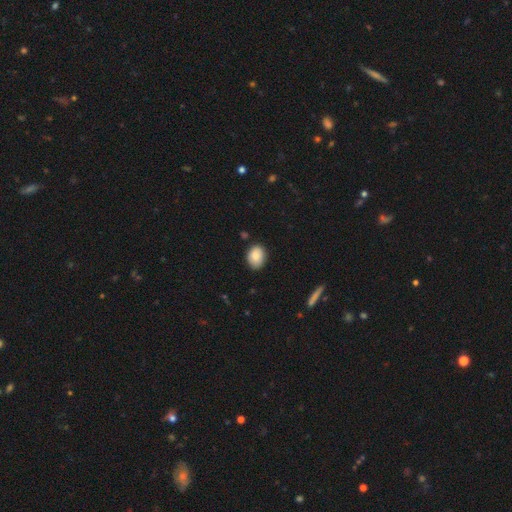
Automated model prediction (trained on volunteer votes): Morphology: type=smooth (86%); roundness=in between (66%); merging=none (84%).